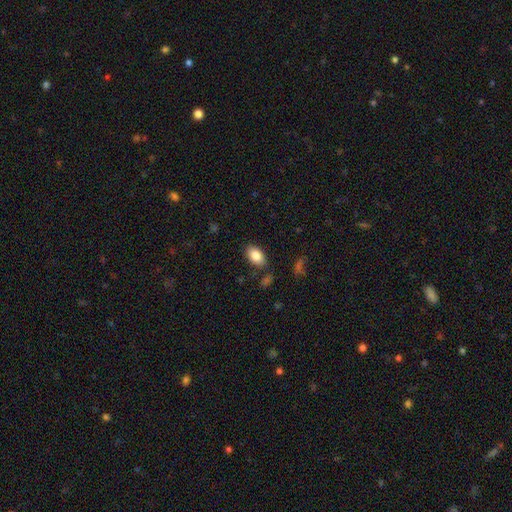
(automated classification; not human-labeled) Overall: smooth (85%). How rounded: in between (92%). Merging: none (83%).